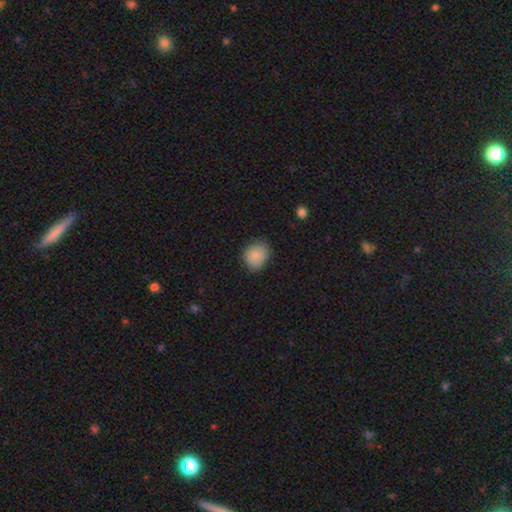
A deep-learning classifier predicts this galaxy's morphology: A smooth galaxy with no disk features (85%) that is round (63%).

Vote fractions:
- Smooth or featured? smooth: 85% / star or artifact: 8% / featured or disk: 7%
- How rounded? round: 63% / in between: 36% / cigar-shaped: 1%
- Merging? none: 76% / minor disturbance: 19% / major disturbance: 4% / merger: 1%